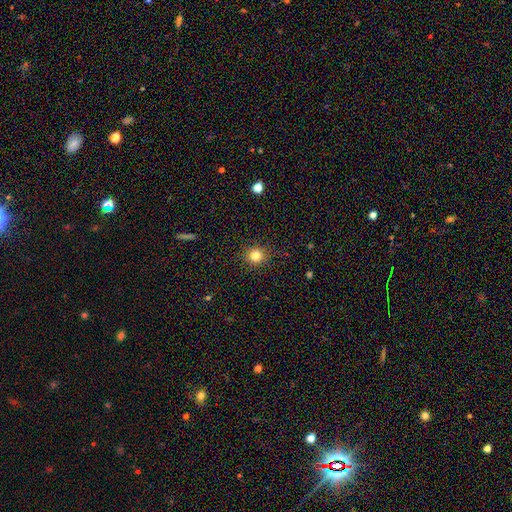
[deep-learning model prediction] Smooth or featured? Predicted: smooth (p=0.81). How rounded? Predicted: round (p=0.90). Merging? Predicted: none (p=0.90).